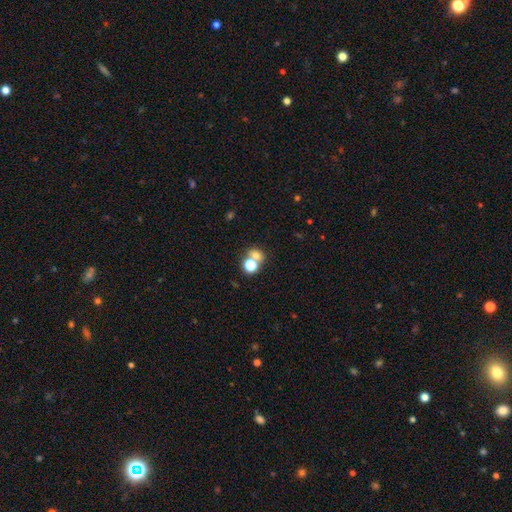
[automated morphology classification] Smooth or featured? smooth (68%)
How rounded? round (66%)
Merging? merger (45%)